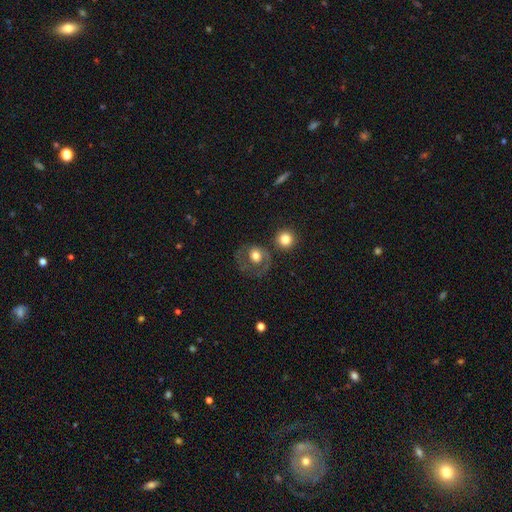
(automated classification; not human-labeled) Smooth or featured: smooth — 51% (featured or disk — 41%)
How rounded: round — 73% (in between — 26%)
Merging: none — 48% (major disturbance — 26%)